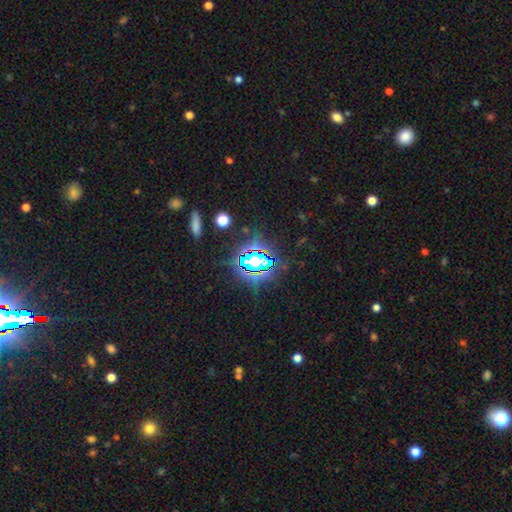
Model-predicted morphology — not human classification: Smooth or featured?
  - star or artifact: 74% *
  - smooth: 16%
  - featured or disk: 10%